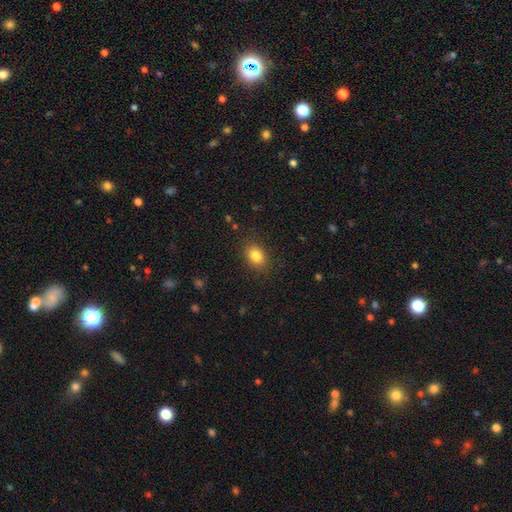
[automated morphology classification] Overall: smooth (84%). How rounded: in between (68%; round 31%). Merging: none (86%).